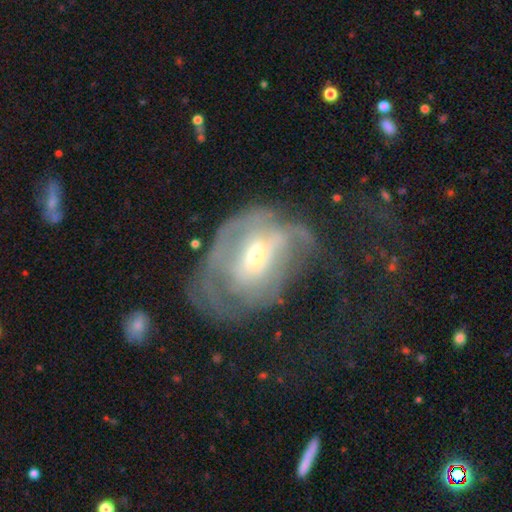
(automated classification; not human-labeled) Overall: featured or disk (67%). Edge-on disk: no (94%). Bar: no (50%; weak 36%). Spiral arms: yes (56%; no 44%). Bulge size: small (52%; moderate 42%). Merging: major disturbance (48%; none 27%).